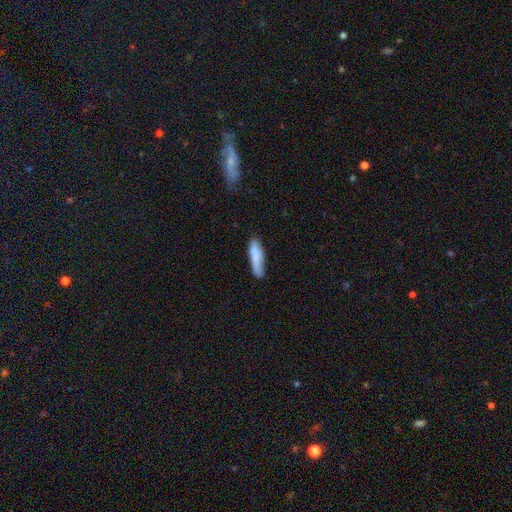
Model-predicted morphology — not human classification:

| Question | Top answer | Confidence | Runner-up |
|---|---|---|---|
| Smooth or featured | smooth | 78% | featured or disk (15%) |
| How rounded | cigar-shaped | 67% | in between (32%) |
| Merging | none | 68% | minor disturbance (23%) |